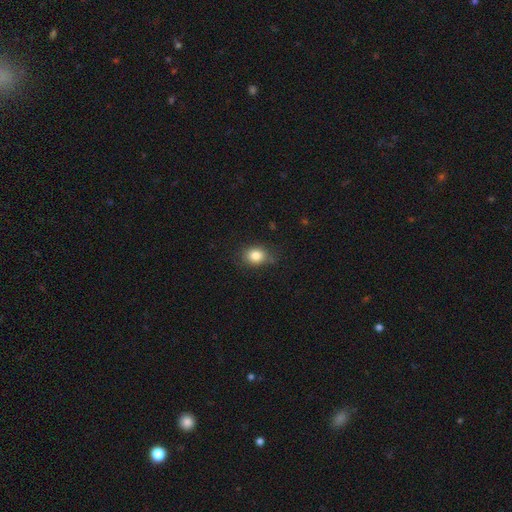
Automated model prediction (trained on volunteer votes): Morphology: type=smooth (84%); roundness=round (55%); merging=none (79%).